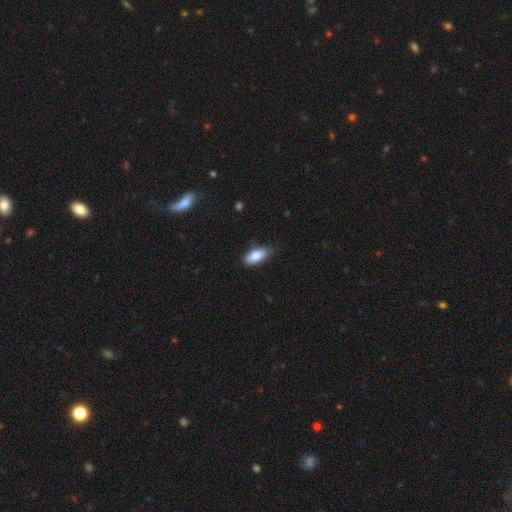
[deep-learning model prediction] smooth_or_featured: smooth (p=0.83) [alt: featured or disk p=0.10]
how_rounded: in between (p=0.83) [alt: cigar-shaped p=0.14]
merging: none (p=0.71) [alt: minor disturbance p=0.24]